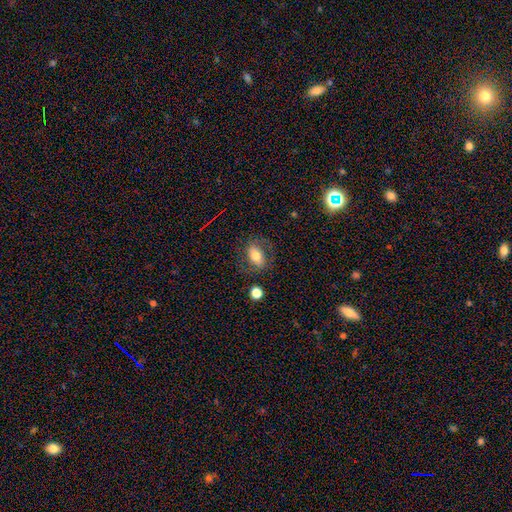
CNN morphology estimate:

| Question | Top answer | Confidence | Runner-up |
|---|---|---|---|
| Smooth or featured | smooth | 55% | featured or disk (34%) |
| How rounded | in between | 77% | round (20%) |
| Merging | none | 70% | minor disturbance (17%) |